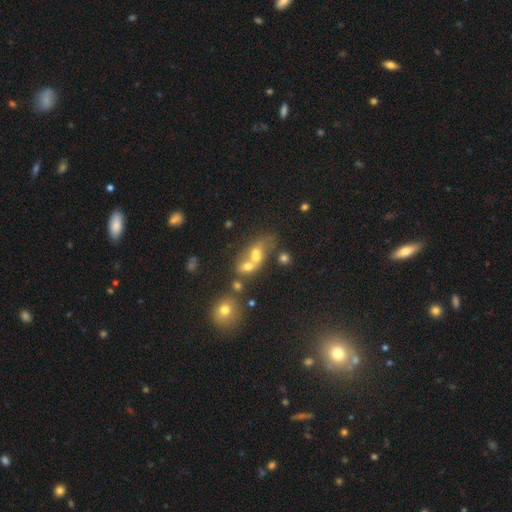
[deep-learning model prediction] This is possibly a smooth galaxy (48%). Merging: possibly merger (60%).